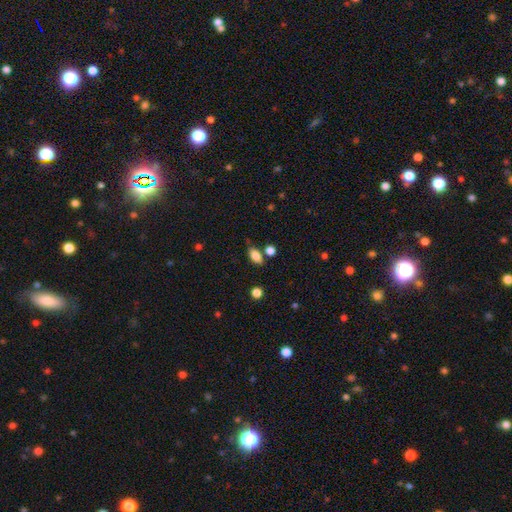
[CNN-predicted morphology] smooth-or-featured: smooth: 83% | star or artifact: 9% | featured or disk: 8%
  how-rounded: in between: 87% | round: 7% | cigar-shaped: 7%
  merging: none: 74% | minor disturbance: 13% | merger: 10% | major disturbance: 3%